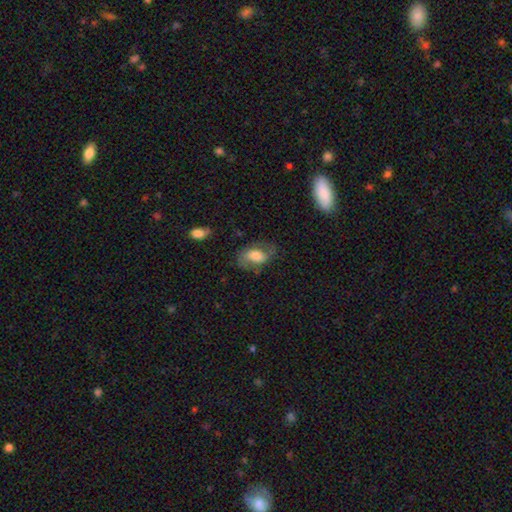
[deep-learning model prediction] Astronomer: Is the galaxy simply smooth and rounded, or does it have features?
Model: smooth — 50% (runner-up: featured or disk, 42%).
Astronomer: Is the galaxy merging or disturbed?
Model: none — 62%.